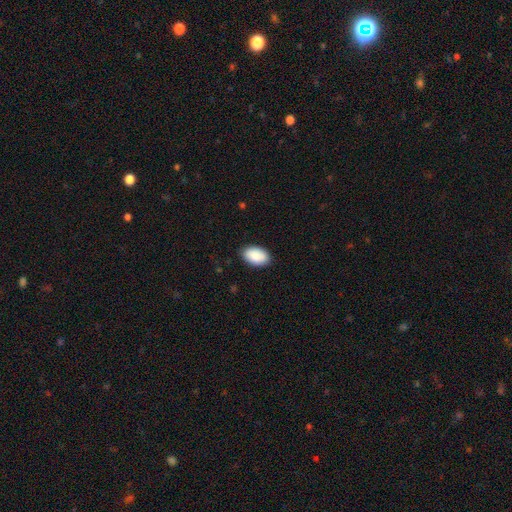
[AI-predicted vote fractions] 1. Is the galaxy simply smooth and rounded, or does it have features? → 90% smooth, 6% star or artifact, 4% featured or disk.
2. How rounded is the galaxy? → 93% in between, 6% round, 1% cigar-shaped.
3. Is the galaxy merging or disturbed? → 87% none, 10% minor disturbance, 2% major disturbance, 1% merger.